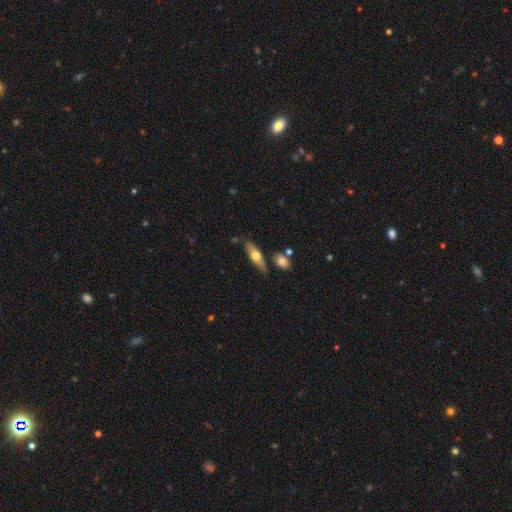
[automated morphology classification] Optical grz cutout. It shows a smooth galaxy with no disk features (52%) that is cigar-shaped (54%). Merging: none (75%).